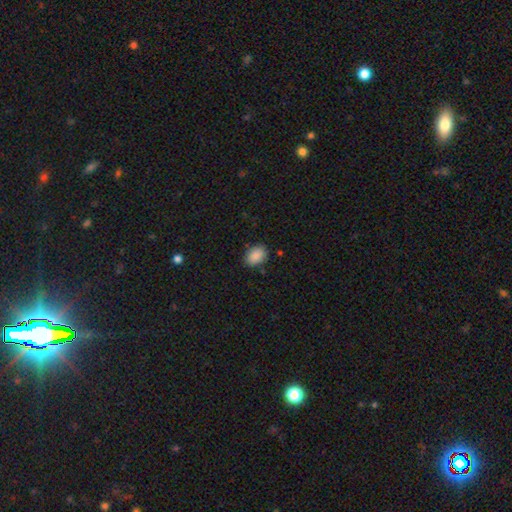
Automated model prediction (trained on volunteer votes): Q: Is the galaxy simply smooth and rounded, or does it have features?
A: smooth — 89%.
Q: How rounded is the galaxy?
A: in between — 74%.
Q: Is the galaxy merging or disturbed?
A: none — 83%.